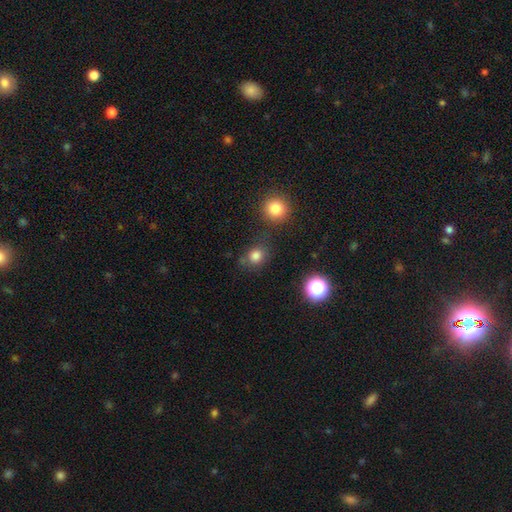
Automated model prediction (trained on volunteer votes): smooth 79%, star or artifact 15%, featured or disk 6%. Down the decision tree: how rounded — round (73%); merging — none (71%).